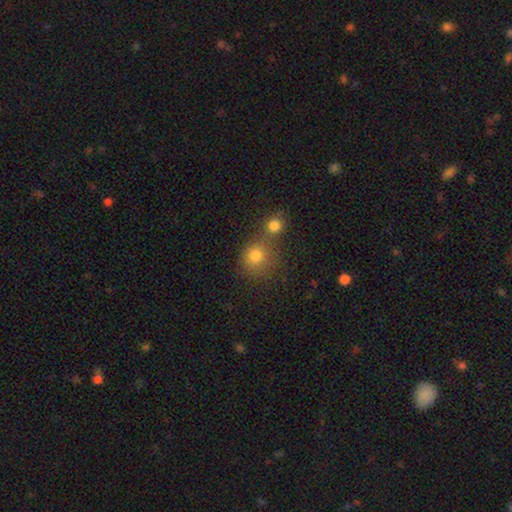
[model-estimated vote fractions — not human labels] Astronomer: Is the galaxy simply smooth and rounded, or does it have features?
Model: smooth — 79%.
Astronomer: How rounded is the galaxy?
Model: round — 86%.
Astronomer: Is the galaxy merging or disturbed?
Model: none — 49% (runner-up: merger, 38%).